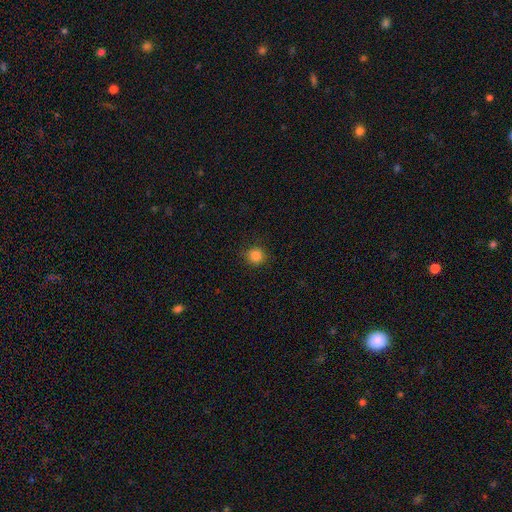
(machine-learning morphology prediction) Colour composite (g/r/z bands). It shows a smooth galaxy with no disk features (85%) that is round (93%). Merging: none (89%).